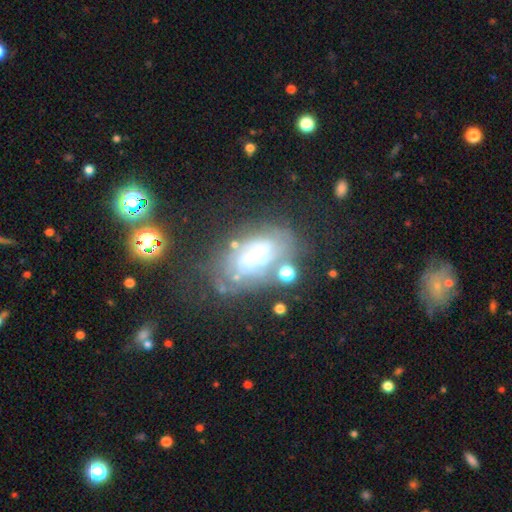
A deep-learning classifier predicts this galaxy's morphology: The model was most divided on "bar": no: 55%, weak: 34%, strong: 12%. Remaining: edge-on disk — no (96%); spiral arms — yes (79%); smooth or featured — featured or disk (72%); bulge size — small (67%); spiral winding — tight (56%); merging — none (52%); spiral arm count — can't tell (49%).